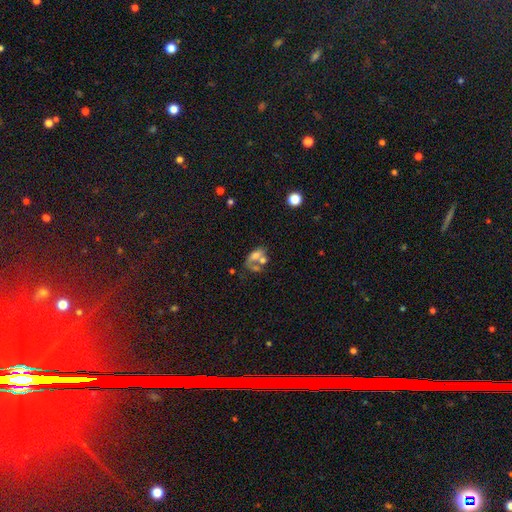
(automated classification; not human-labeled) smooth 46%, featured or disk 41%, star or artifact 13%. Down the decision tree: merging — merger (48%).